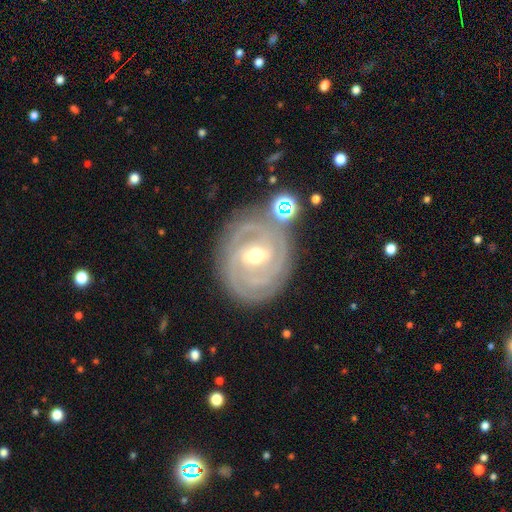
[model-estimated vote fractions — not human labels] A featured or disk galaxy (88%) with a weak bar (50%), 3 (38%) tight (73%) spiral arms (96%) and a moderate central bulge (66%). Merging: none (75%).